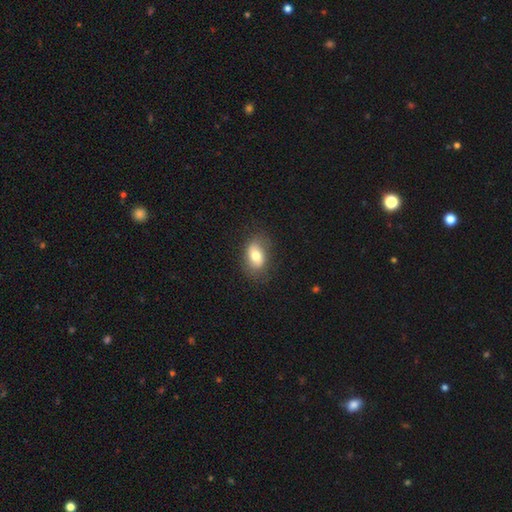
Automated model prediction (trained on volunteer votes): Smooth or featured? smooth (69%)
How rounded? in between (83%)
Merging? none (76%)